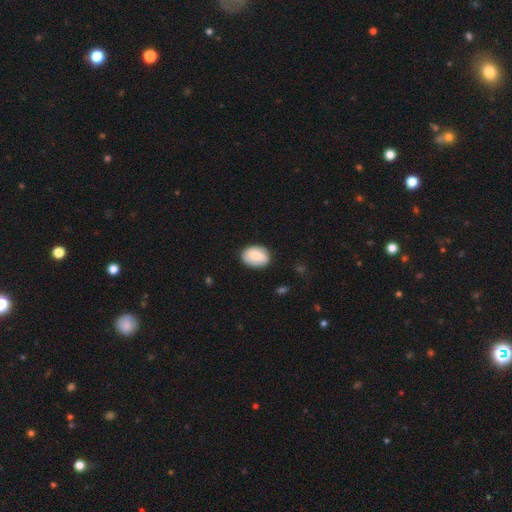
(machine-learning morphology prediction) Smooth or featured?
  - smooth: 64% *
  - featured or disk: 29%
  - star or artifact: 7%
How rounded?
  - in between: 78% *
  - round: 21%
  - cigar-shaped: 1%
Merging?
  - none: 81% *
  - minor disturbance: 14%
  - major disturbance: 4%
  - merger: 1%